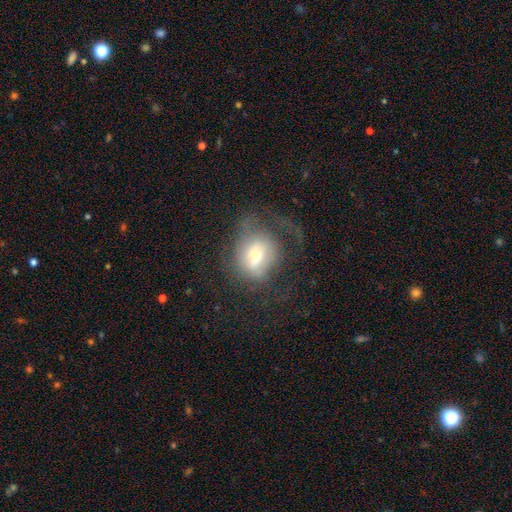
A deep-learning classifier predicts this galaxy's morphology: smooth-or-featured: smooth: 50% | featured or disk: 40% | star or artifact: 10%
  merging: major disturbance: 42% | none: 36% | minor disturbance: 19% | merger: 3%